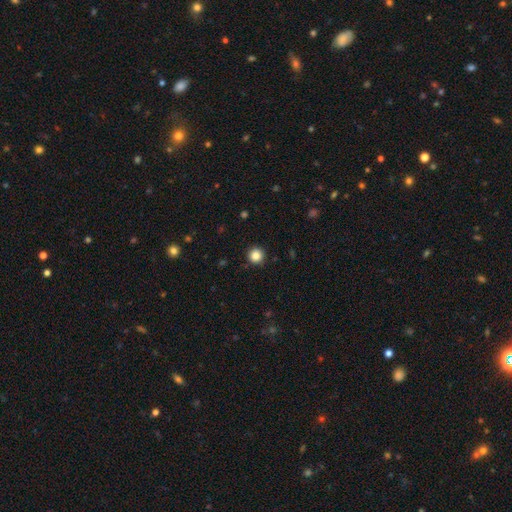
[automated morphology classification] Smooth or featured? smooth (86%)
How rounded? round (96%)
Merging? none (92%)